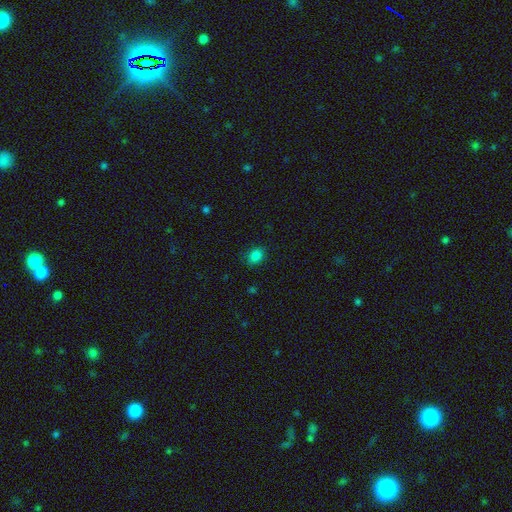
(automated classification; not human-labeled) smooth 83%, star or artifact 13%, featured or disk 4%. Down the decision tree: how rounded — in between (63%); merging — none (86%).